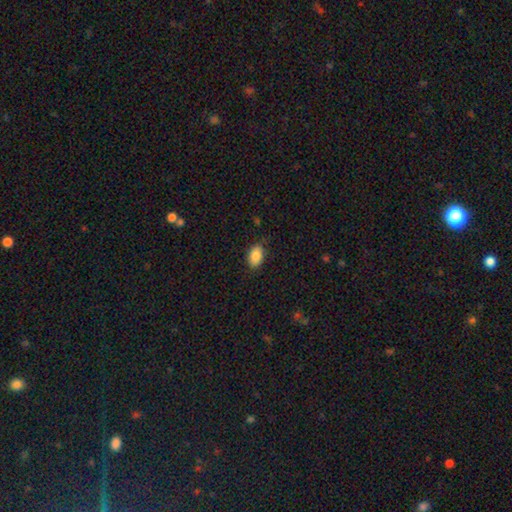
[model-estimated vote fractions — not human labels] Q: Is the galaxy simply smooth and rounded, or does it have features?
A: smooth — 86%.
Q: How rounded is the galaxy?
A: in between — 90%.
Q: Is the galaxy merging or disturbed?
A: none — 82%.